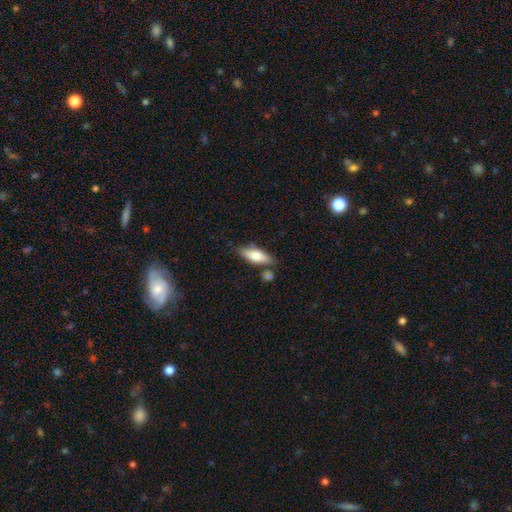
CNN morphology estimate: smooth_or_featured: smooth (p=0.69) [alt: featured or disk p=0.25]
how_rounded: in between (p=0.64) [alt: cigar-shaped p=0.33]
merging: none (p=0.73) [alt: minor disturbance p=0.15]